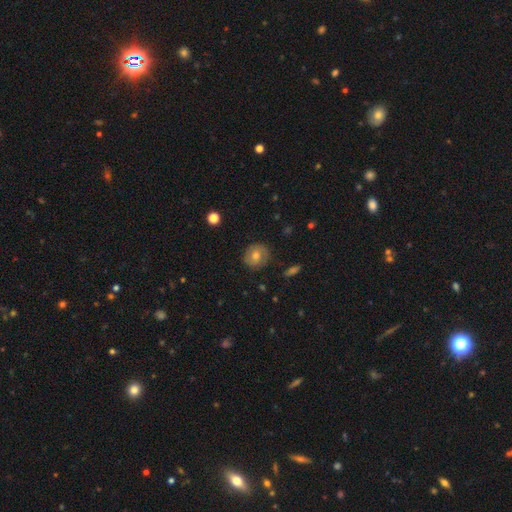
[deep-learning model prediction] The model was most divided on "smooth or featured": smooth: 61%, featured or disk: 30%, star or artifact: 10%. More confident: merging — none (83%); how rounded — round (83%).